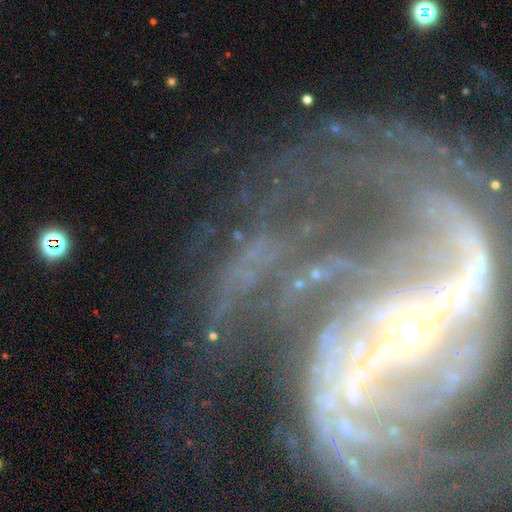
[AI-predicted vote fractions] Q: Smooth or featured?
A: featured or disk (90%); runner-up: star or artifact (7%)
Q: Edge-on disk?
A: no (97%); runner-up: yes (3%)
Q: Bar?
A: strong (63%); runner-up: weak (24%)
Q: Spiral arms?
A: yes (95%); runner-up: no (5%)
Q: Spiral winding?
A: loose (40%); runner-up: medium (39%)
Q: Spiral arm count?
A: 2 (54%); runner-up: can't tell (13%)
Q: Bulge size?
A: small (80%); runner-up: moderate (15%)
Q: Merging?
A: none (49%); runner-up: major disturbance (30%)